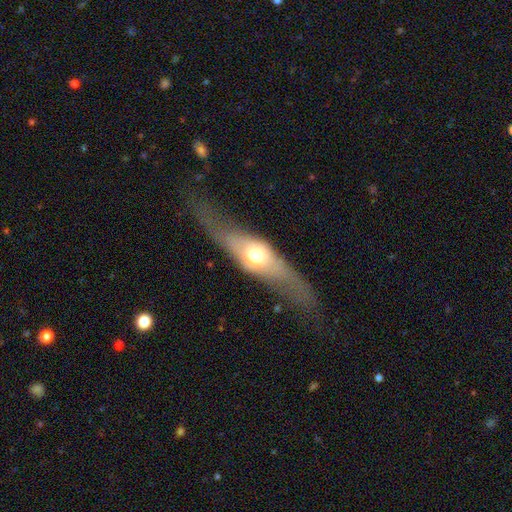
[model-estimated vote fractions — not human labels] Morphology: type=featured or disk (66%); edge-on=yes (66%); merging=none (62%).